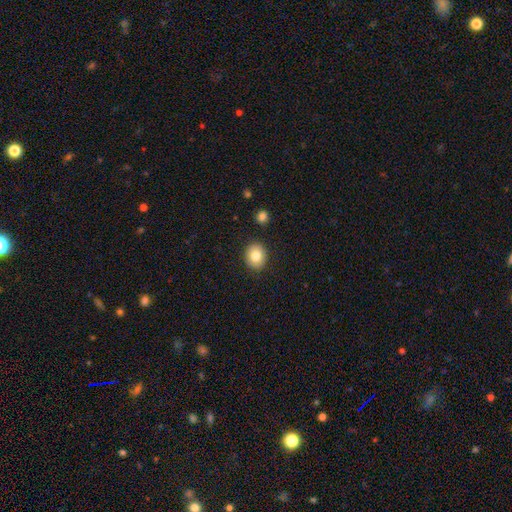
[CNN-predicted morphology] smooth_or_featured: smooth (p=0.81) [alt: featured or disk p=0.10]
how_rounded: round (p=0.67) [alt: in between p=0.32]
merging: none (p=0.88) [alt: minor disturbance p=0.08]